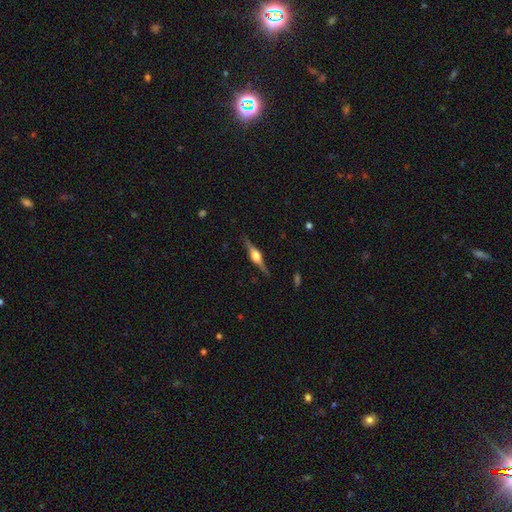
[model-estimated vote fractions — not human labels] Morphology: type=featured or disk (79%); edge-on=yes (98%); edge-on bulge=rounded (92%); merging=none (88%).